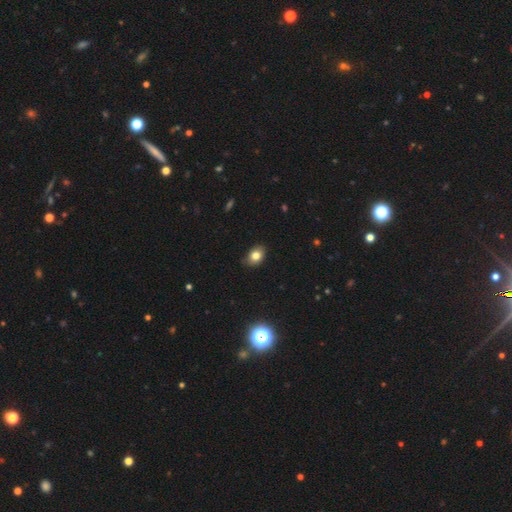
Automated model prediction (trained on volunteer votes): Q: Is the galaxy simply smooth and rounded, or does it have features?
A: smooth — 80%.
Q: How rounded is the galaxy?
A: in between — 69%.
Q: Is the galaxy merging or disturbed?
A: none — 77%.